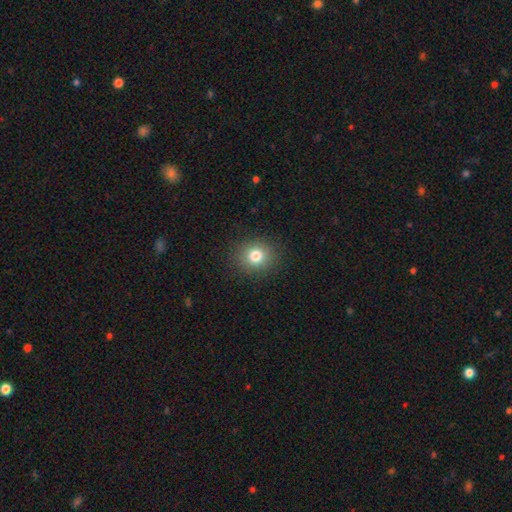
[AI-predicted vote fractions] smooth-or-featured: smooth: 79% | star or artifact: 13% | featured or disk: 8%
  how-rounded: round: 82% | in between: 17% | cigar-shaped: 1%
  merging: none: 89% | minor disturbance: 7% | major disturbance: 3% | merger: 1%